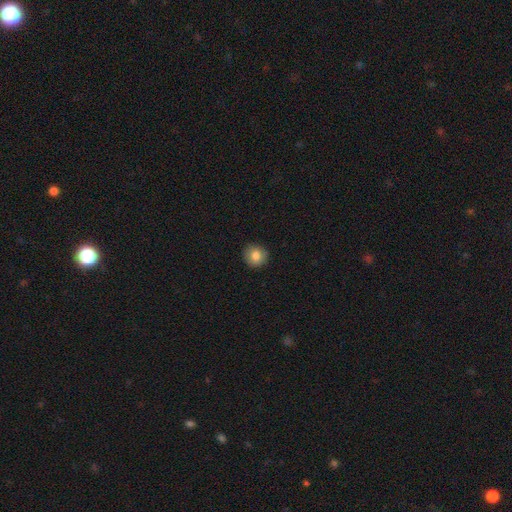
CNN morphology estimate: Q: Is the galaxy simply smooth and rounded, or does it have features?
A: smooth — 82%.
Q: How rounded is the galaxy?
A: round — 90%.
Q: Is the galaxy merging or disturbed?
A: none — 89%.